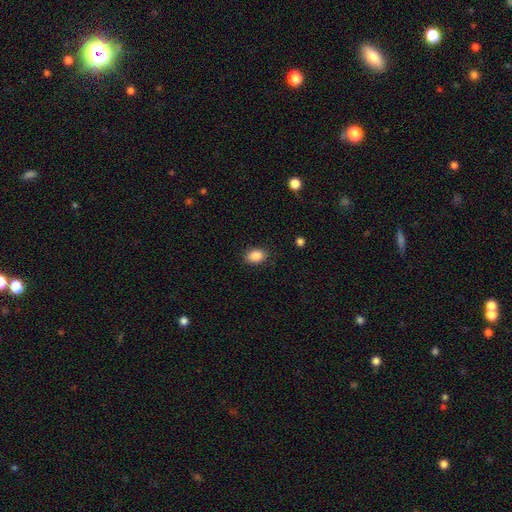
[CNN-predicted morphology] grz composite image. It shows a smooth galaxy with no disk features (88%) that is in between round and cigar-shaped (77%). Merging: none (86%).